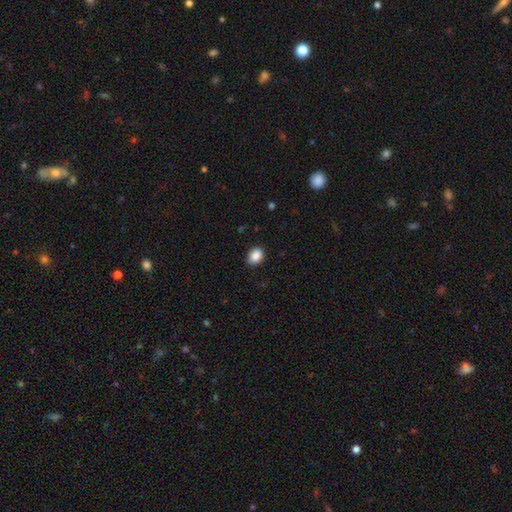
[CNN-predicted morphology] This appears to be a smooth galaxy with no disk features (88%) that is in between round and cigar-shaped (73%). Merging: none (88%).